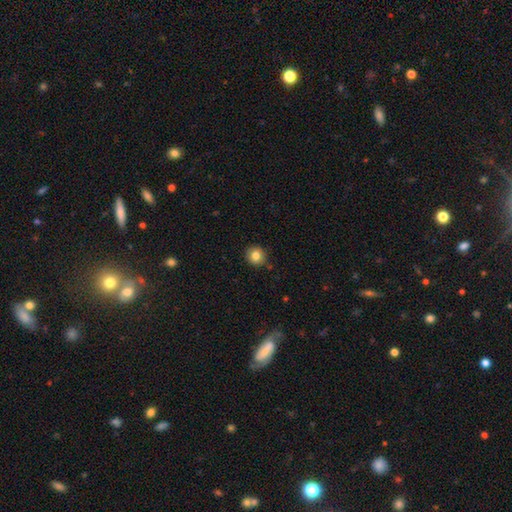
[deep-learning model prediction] smooth 82%, star or artifact 11%, featured or disk 7%. Down the decision tree: how rounded — round (90%); merging — none (88%).